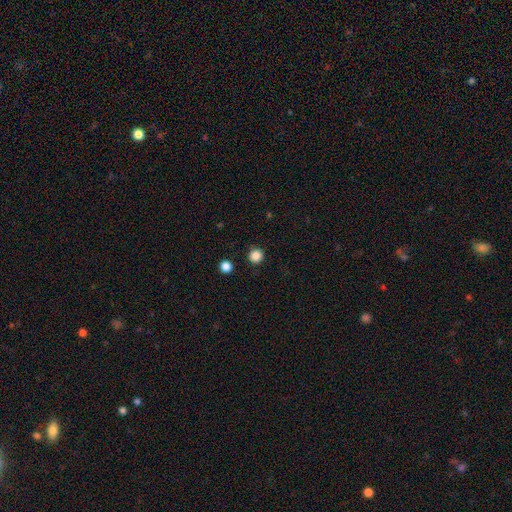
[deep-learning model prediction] A smooth galaxy with no disk features (86%) that is round (95%). Merging: none (91%).